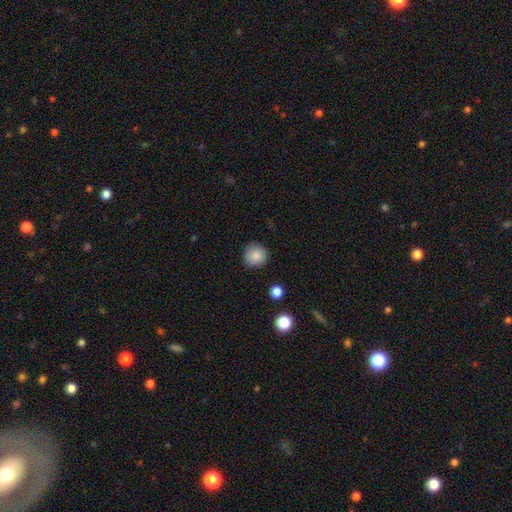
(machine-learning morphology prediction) This appears to be a smooth galaxy with no disk features (87%) that is round (93%). Merging: none (87%).